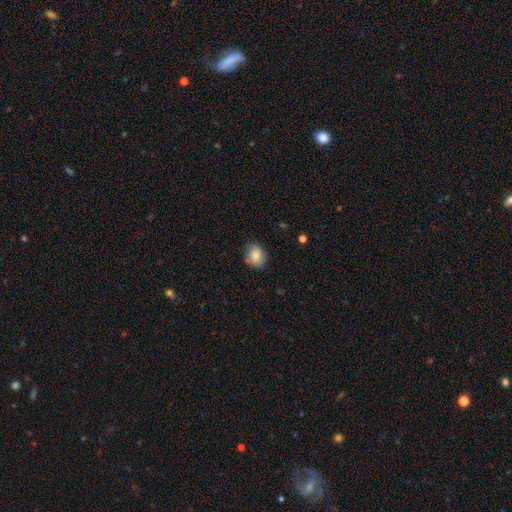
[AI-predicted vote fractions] Smooth or featured? smooth (79%)
How rounded? round (51%)
Merging? none (78%)